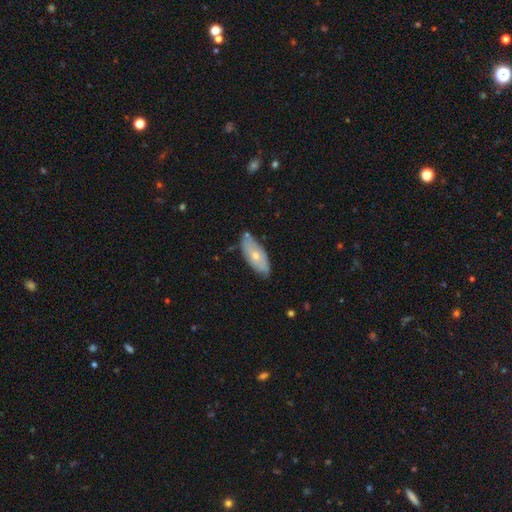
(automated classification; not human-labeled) A smooth galaxy with no disk features (58%) that is in between round and cigar-shaped (80%).

Vote fractions:
- Smooth or featured? smooth: 58% / featured or disk: 36% / star or artifact: 6%
- How rounded? in between: 80% / cigar-shaped: 18% / round: 2%
- Merging? none: 74% / minor disturbance: 20% / major disturbance: 3% / merger: 3%